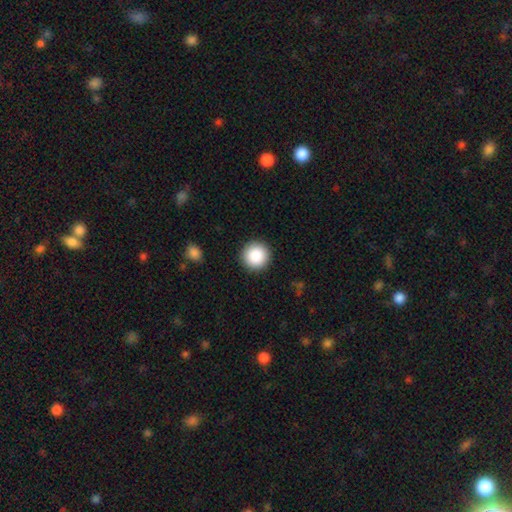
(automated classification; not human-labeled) Smooth or featured?
  - smooth: 87% *
  - star or artifact: 8%
  - featured or disk: 5%
How rounded?
  - round: 96% *
  - in between: 3%
  - cigar-shaped: 1%
Merging?
  - none: 92% *
  - minor disturbance: 5%
  - major disturbance: 2%
  - merger: 1%